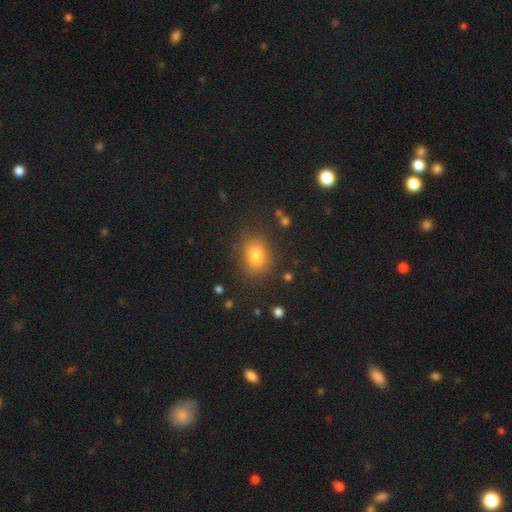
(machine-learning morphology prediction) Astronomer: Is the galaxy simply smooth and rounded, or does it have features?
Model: smooth — 77%.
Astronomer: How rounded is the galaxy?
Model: round — 52% (runner-up: in between, 47%).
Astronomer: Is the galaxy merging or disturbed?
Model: none — 84%.